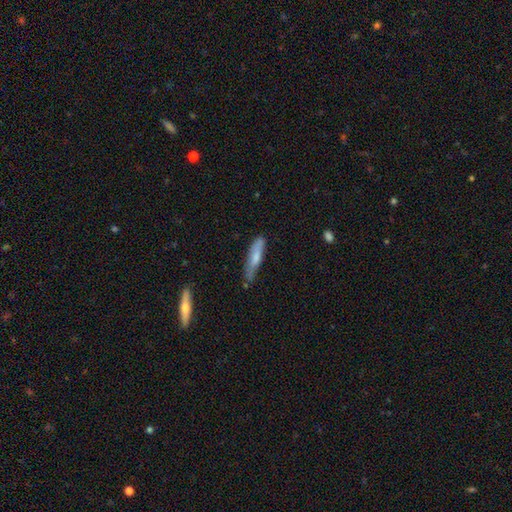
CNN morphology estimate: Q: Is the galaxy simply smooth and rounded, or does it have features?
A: smooth — 67%.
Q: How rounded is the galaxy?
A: cigar-shaped — 79%.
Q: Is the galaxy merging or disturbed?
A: none — 59%.